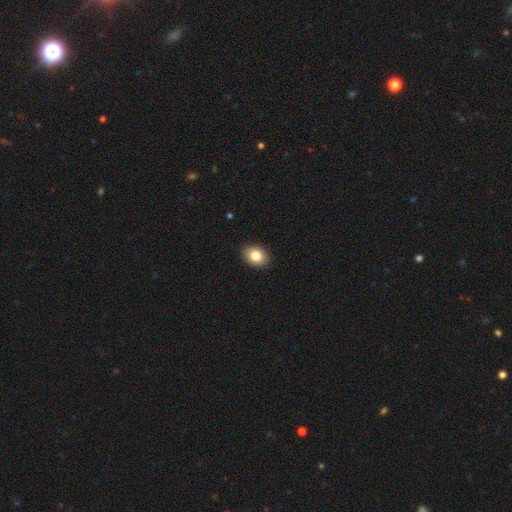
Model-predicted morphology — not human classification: smooth-or-featured: smooth: 84% | star or artifact: 8% | featured or disk: 8%
  how-rounded: in between: 73% | round: 26% | cigar-shaped: 1%
  merging: none: 90% | minor disturbance: 7% | major disturbance: 2% | merger: 1%